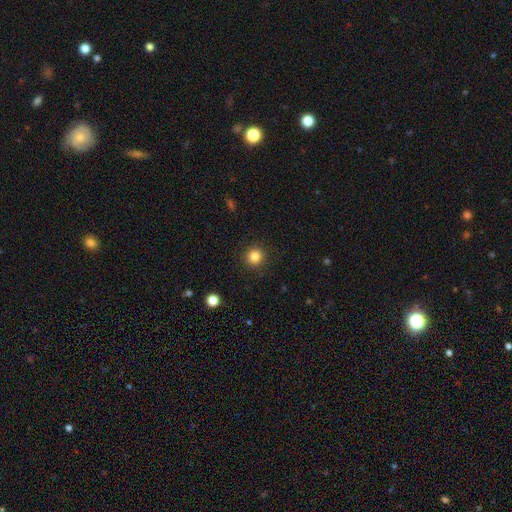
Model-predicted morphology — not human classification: Smooth or featured? smooth (84%)
How rounded? round (94%)
Merging? none (91%)